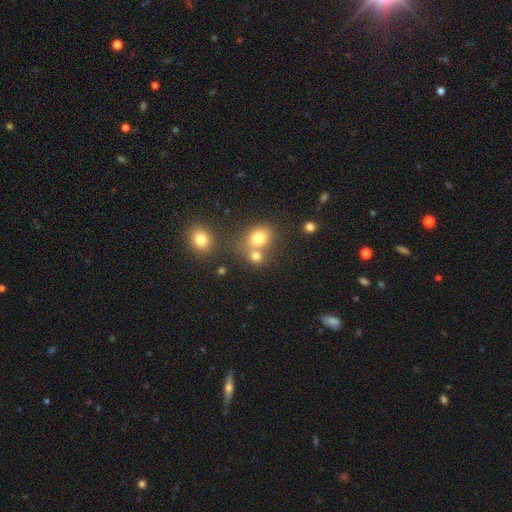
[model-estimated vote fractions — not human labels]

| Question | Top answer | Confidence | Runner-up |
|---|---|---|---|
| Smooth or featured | smooth | 76% | star or artifact (15%) |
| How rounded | round | 73% | in between (26%) |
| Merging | none | 49% | merger (39%) |